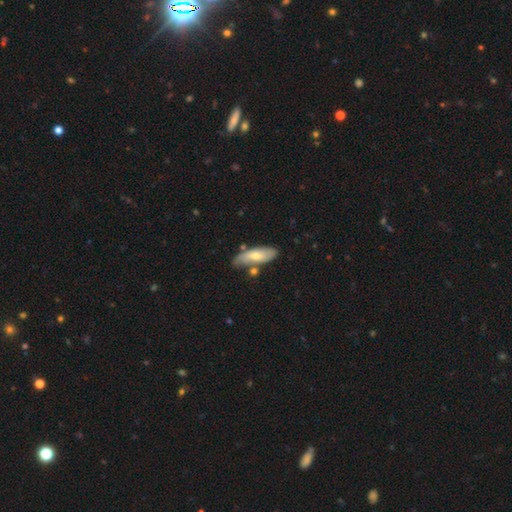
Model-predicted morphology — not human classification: smooth-or-featured: smooth: 61% | featured or disk: 33% | star or artifact: 6%
  how-rounded: in between: 66% | cigar-shaped: 32% | round: 2%
  merging: none: 62% | minor disturbance: 21% | merger: 11% | major disturbance: 5%